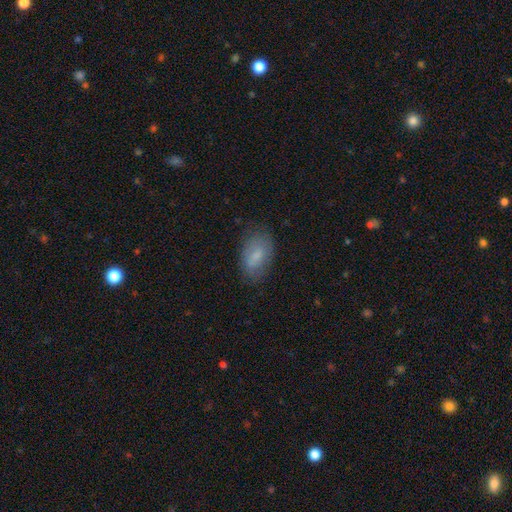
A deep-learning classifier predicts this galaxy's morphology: smooth 72%, featured or disk 21%, star or artifact 8%. Down the decision tree: how rounded — in between (92%); merging — none (75%).